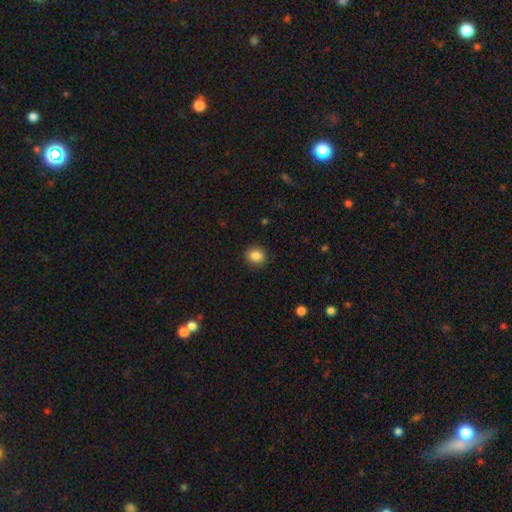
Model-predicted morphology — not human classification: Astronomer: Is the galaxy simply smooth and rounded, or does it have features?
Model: smooth — 87%.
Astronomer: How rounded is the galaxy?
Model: round — 77%.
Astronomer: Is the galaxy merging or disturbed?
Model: none — 90%.